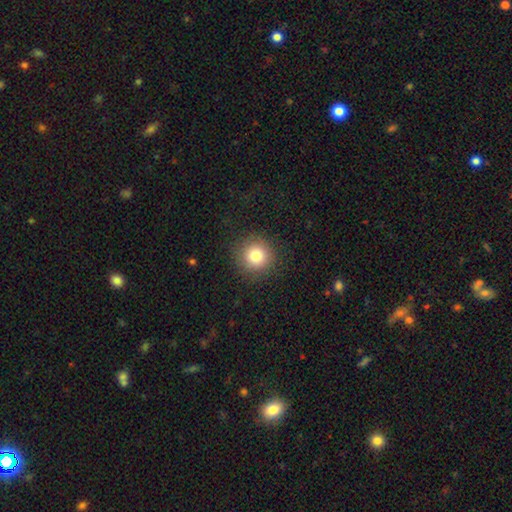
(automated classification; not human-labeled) smooth-or-featured: smooth: 82% | star or artifact: 10% | featured or disk: 7%
  how-rounded: round: 93% | in between: 6% | cigar-shaped: 1%
  merging: none: 88% | minor disturbance: 8% | major disturbance: 3% | merger: 1%